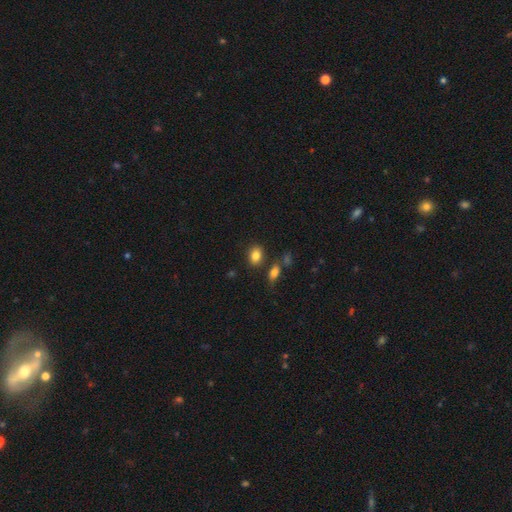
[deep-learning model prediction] Overall: smooth (84%). How rounded: in between (69%; round 30%). Merging: none (79%).